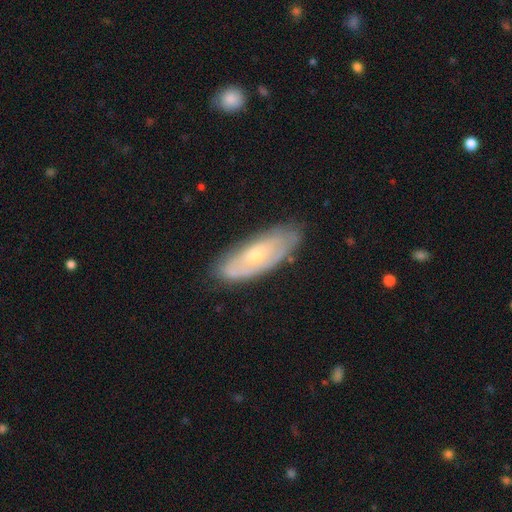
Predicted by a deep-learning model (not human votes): Smooth or featured? Predicted: featured or disk (p=0.56). Edge-on disk? Predicted: no (p=0.80). Merging? Predicted: none (p=0.75).